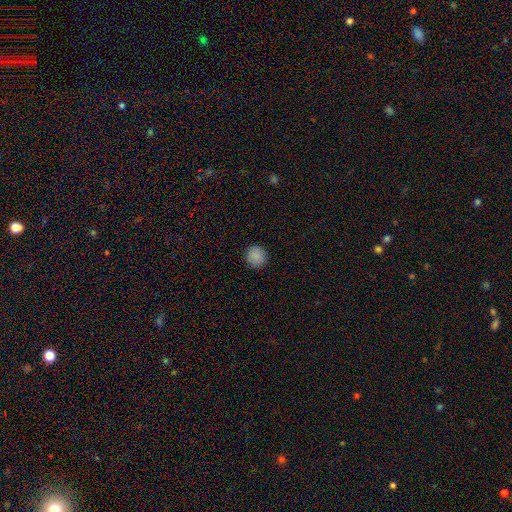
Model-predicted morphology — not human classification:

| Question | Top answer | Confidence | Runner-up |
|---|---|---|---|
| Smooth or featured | smooth | 87% | star or artifact (9%) |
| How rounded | round | 93% | in between (6%) |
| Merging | none | 91% | minor disturbance (6%) |